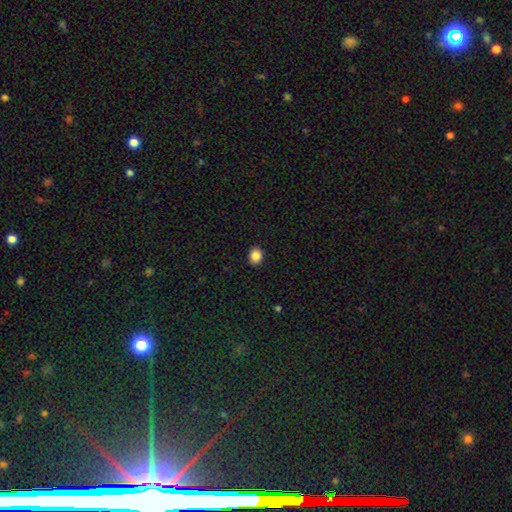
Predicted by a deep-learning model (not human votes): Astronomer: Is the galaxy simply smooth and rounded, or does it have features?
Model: smooth — 87%.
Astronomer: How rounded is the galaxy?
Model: round — 59% (runner-up: in between, 40%).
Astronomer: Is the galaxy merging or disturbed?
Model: none — 91%.